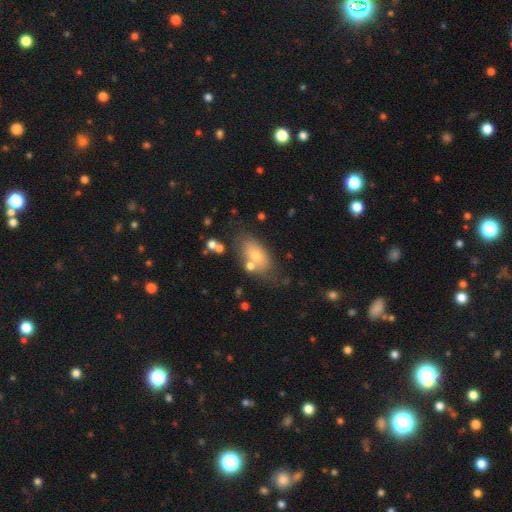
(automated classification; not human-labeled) A smooth galaxy with no disk features (66%) that is in between round and cigar-shaped (87%).

Vote fractions:
- Smooth or featured? smooth: 66% / featured or disk: 24% / star or artifact: 10%
- How rounded? in between: 87% / round: 8% / cigar-shaped: 5%
- Merging? none: 62% / minor disturbance: 18% / merger: 13% / major disturbance: 7%